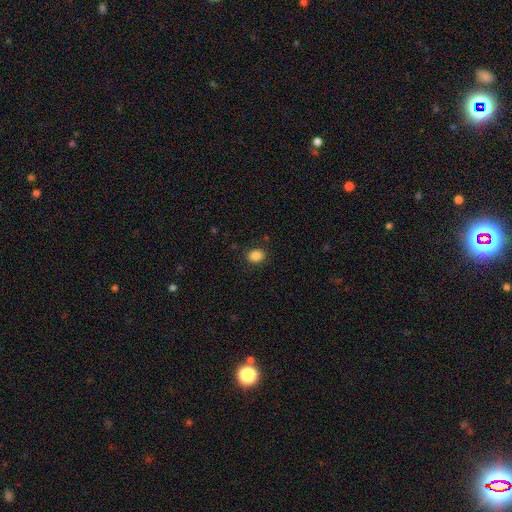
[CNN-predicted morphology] This appears to be a smooth galaxy with no disk features (86%) that is in between round and cigar-shaped (58%). Merging: none (87%).